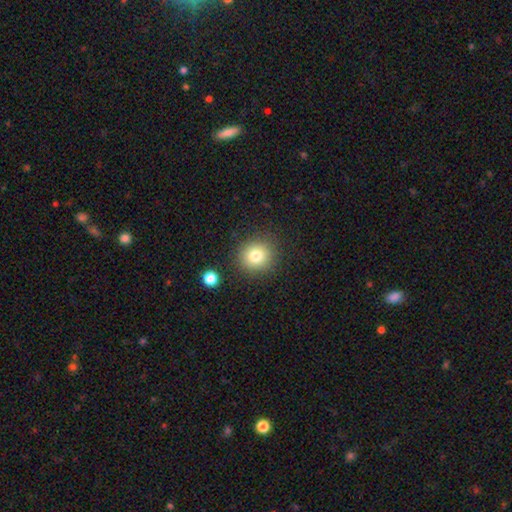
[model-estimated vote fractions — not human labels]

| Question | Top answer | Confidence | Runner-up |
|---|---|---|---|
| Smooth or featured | smooth | 79% | star or artifact (12%) |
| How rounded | round | 90% | in between (9%) |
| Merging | none | 87% | minor disturbance (8%) |